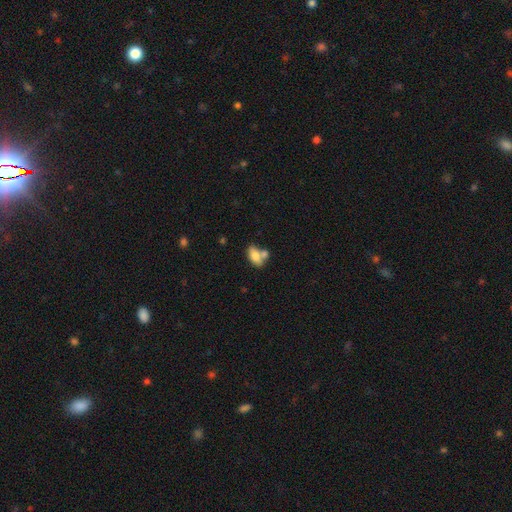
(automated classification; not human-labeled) smooth_or_featured: smooth (p=0.77) [alt: featured or disk p=0.15]
how_rounded: in between (p=0.90) [alt: round p=0.07]
merging: none (p=0.42) [alt: merger p=0.40]